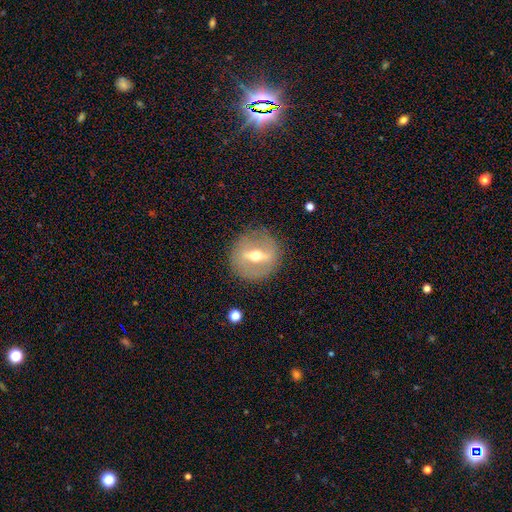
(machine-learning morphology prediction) Smooth or featured?
  - featured or disk: 70% *
  - smooth: 22%
  - star or artifact: 8%
Edge-on disk?
  - no: 81% *
  - yes: 19%
Bar?
  - strong: 62% *
  - weak: 29%
  - no: 9%
Spiral arms?
  - no: 68% *
  - yes: 32%
Bulge size?
  - moderate: 73% *
  - small: 20%
  - large: 5%
  - dominant: 1%
  - none: 1%
Merging?
  - none: 86% *
  - minor disturbance: 9%
  - major disturbance: 4%
  - merger: 1%